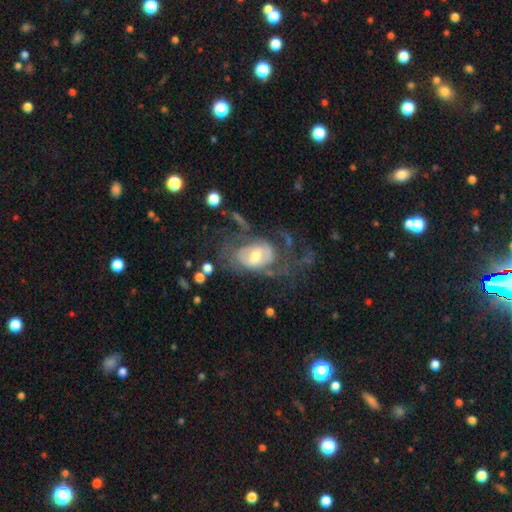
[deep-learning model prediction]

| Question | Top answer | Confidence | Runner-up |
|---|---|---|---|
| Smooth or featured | featured or disk | 73% | smooth (19%) |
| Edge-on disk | no | 95% | yes (5%) |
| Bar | no | 53% | weak (36%) |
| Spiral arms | yes | 71% | no (29%) |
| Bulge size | moderate | 62% | small (24%) |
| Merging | major disturbance | 40% | none (39%) |